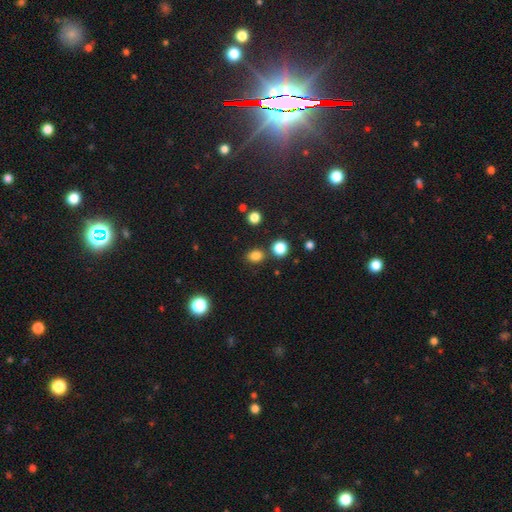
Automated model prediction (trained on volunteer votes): smooth-or-featured: smooth: 81% | star or artifact: 14% | featured or disk: 4%
  how-rounded: round: 52% | in between: 47% | cigar-shaped: 1%
  merging: none: 79% | minor disturbance: 10% | merger: 9% | major disturbance: 3%